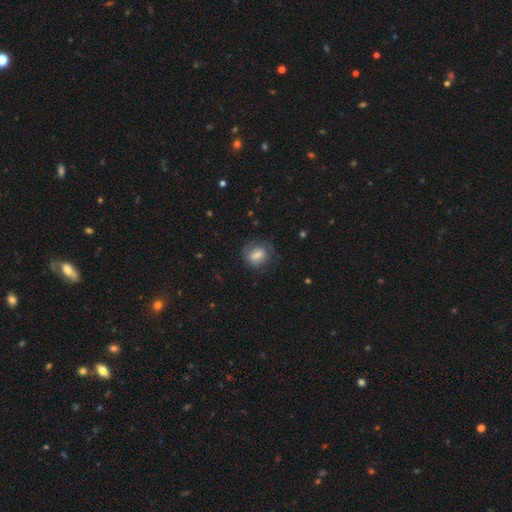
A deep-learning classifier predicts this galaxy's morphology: Smooth or featured? Predicted: smooth (p=0.72). How rounded? Predicted: in between (p=0.49, tied with round). Merging? Predicted: none (p=0.69).